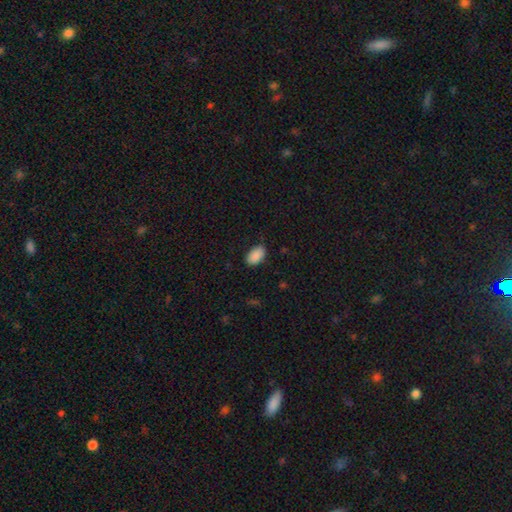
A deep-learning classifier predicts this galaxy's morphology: This is clearly a smooth galaxy (90%). How rounded: clearly in between (94%). Merging: clearly none (85%).